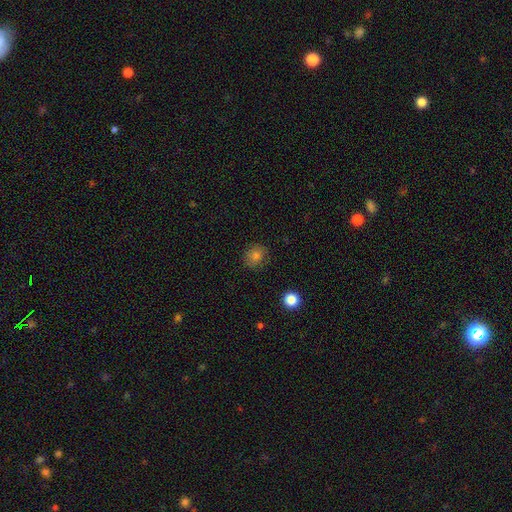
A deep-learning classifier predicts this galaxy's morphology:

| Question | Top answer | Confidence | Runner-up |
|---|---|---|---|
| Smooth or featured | smooth | 80% | star or artifact (13%) |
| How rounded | round | 76% | in between (23%) |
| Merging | none | 84% | minor disturbance (12%) |